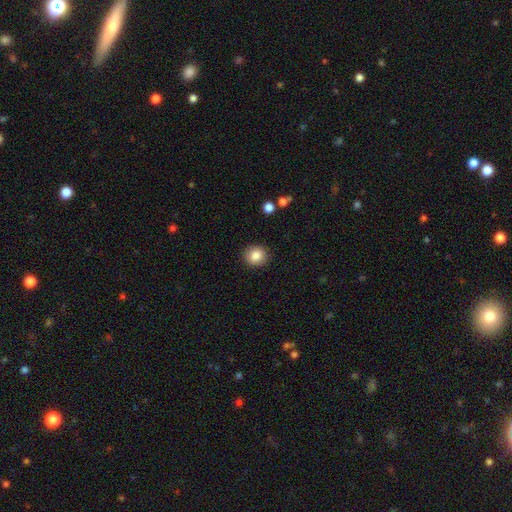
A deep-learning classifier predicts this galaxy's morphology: A smooth galaxy with no disk features (85%) that is round (84%).

Vote fractions:
- Smooth or featured? smooth: 85% / star or artifact: 9% / featured or disk: 6%
- How rounded? round: 84% / in between: 15% / cigar-shaped: 1%
- Merging? none: 91% / minor disturbance: 6% / major disturbance: 2% / merger: 1%